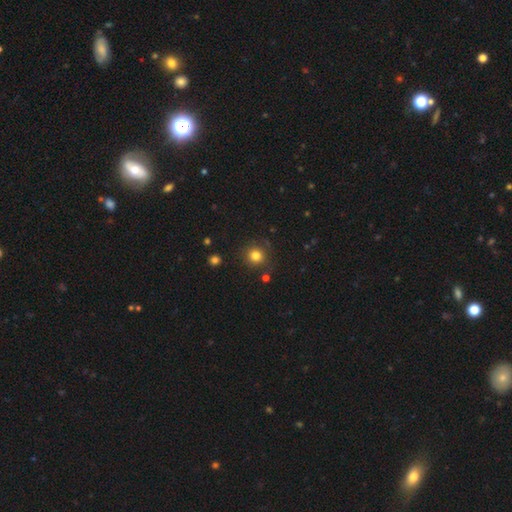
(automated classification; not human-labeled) Smooth or featured? smooth (81%)
How rounded? round (91%)
Merging? none (84%)